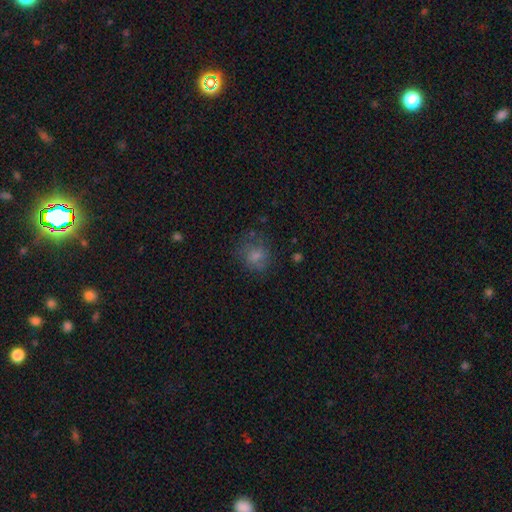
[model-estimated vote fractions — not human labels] Smooth or featured: smooth — 67% (featured or disk — 20%)
How rounded: round — 68% (in between — 31%)
Merging: none — 60% (minor disturbance — 22%)